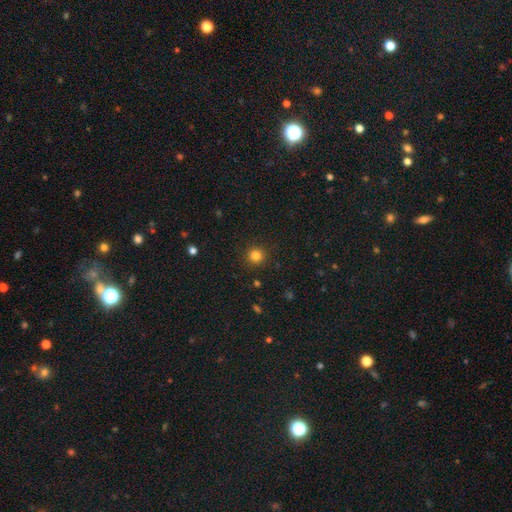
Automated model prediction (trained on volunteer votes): Smooth or featured? smooth (82%)
How rounded? round (94%)
Merging? none (91%)